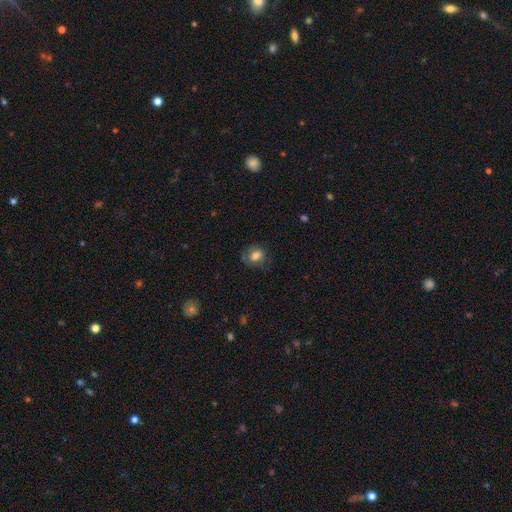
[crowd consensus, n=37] Smooth or featured? 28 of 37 (76%) said smooth. How rounded? 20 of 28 (71%) said round. Merging? 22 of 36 (61%) said none.